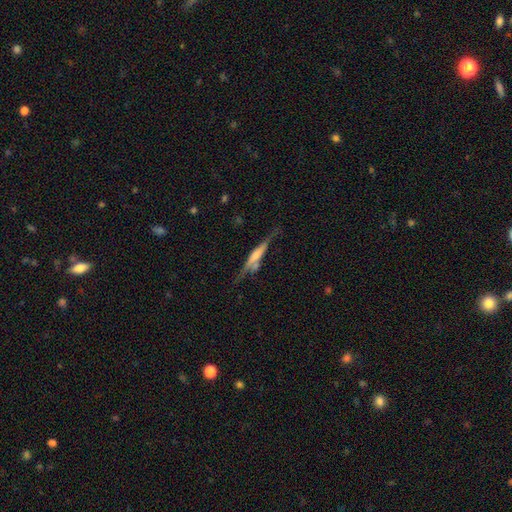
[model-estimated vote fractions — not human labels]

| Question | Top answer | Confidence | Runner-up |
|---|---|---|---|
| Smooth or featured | featured or disk | 61% | smooth (33%) |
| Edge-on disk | yes | 91% | no (9%) |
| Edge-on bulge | rounded | 47% | boxy (29%) |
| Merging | none | 56% | minor disturbance (22%) |